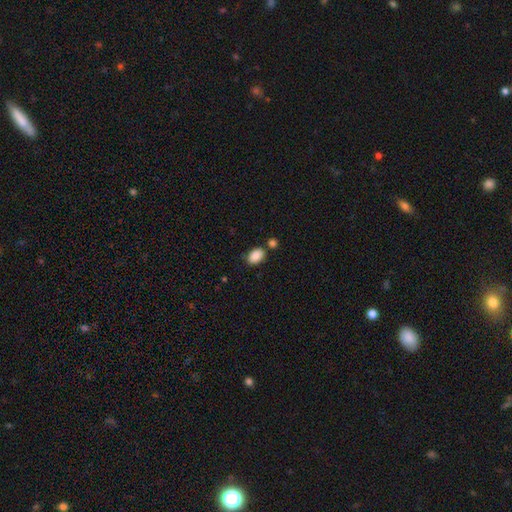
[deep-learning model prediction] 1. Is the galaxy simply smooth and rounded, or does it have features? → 88% smooth, 8% star or artifact, 4% featured or disk.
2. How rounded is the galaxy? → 86% in between, 12% round, 1% cigar-shaped.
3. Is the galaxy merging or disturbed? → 72% none, 13% minor disturbance, 11% merger, 3% major disturbance.